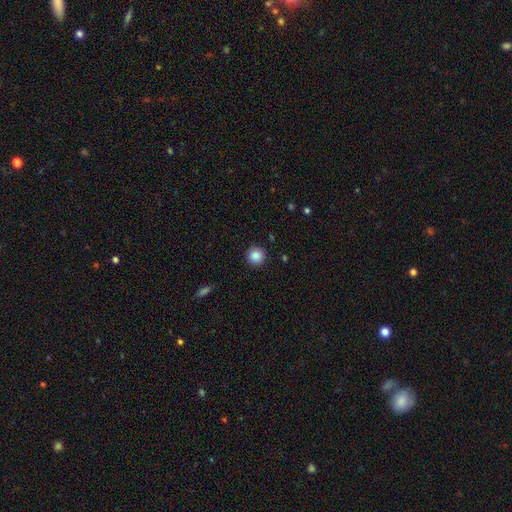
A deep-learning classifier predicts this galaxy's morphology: A smooth galaxy with no disk features (87%) that is round (95%). Merging: none (92%).